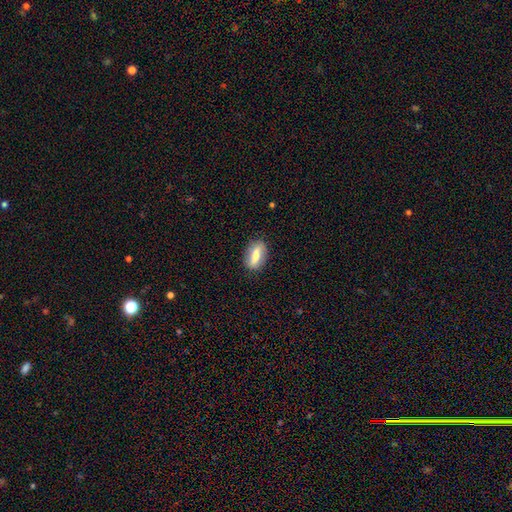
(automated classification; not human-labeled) Morphology: type=smooth (57%); roundness=in between (78%); merging=none (85%).